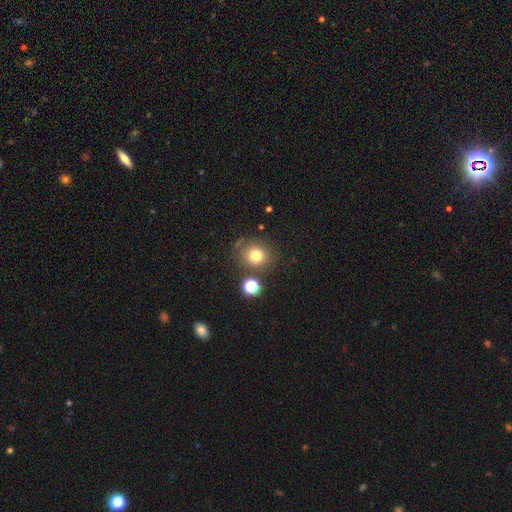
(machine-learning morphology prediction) This is likely a smooth galaxy (76%). How rounded: likely round (80%). Merging: likely none (74%).